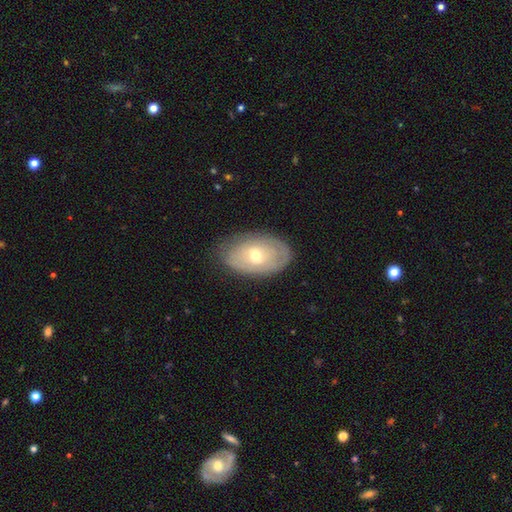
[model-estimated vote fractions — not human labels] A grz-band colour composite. It shows a smooth galaxy with no disk features (47%). Merging: none (74%).